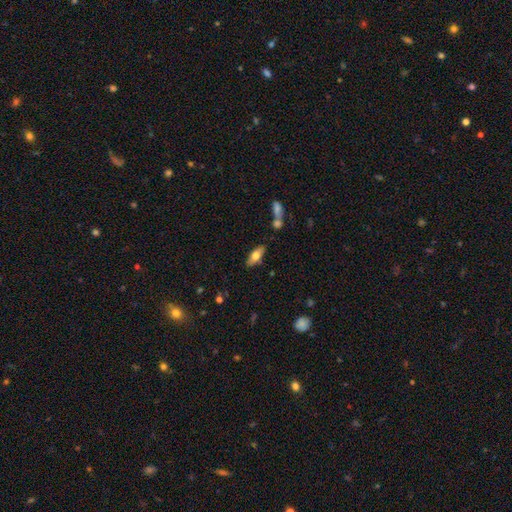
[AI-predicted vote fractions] This is likely a smooth galaxy (67%). How rounded: likely in between (77%). Merging: clearly none (81%).